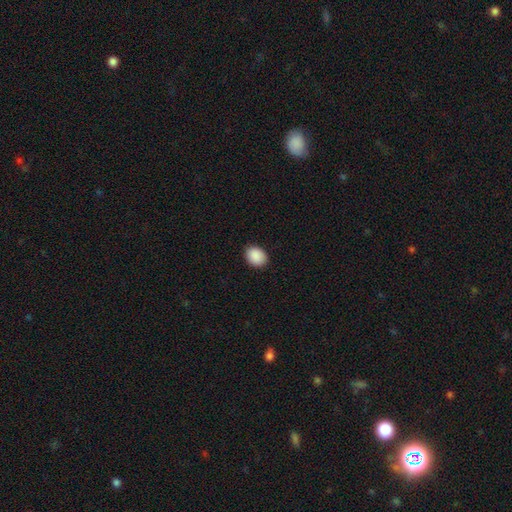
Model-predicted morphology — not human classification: Q: Smooth or featured?
A: smooth (90%); runner-up: star or artifact (7%)
Q: How rounded?
A: in between (60%); runner-up: round (39%)
Q: Merging?
A: none (88%); runner-up: minor disturbance (9%)